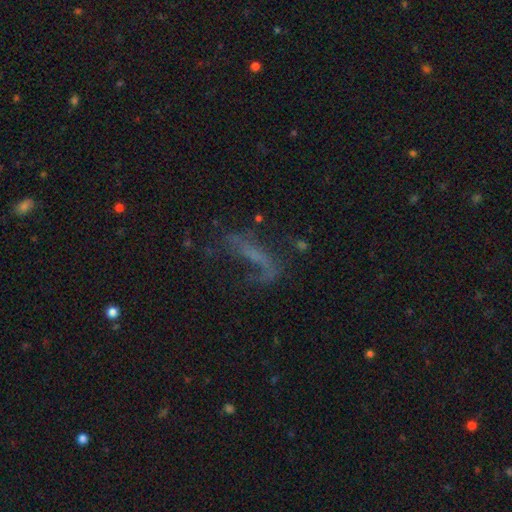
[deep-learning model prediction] Smooth or featured? featured or disk (49%)
Merging? none (40%)